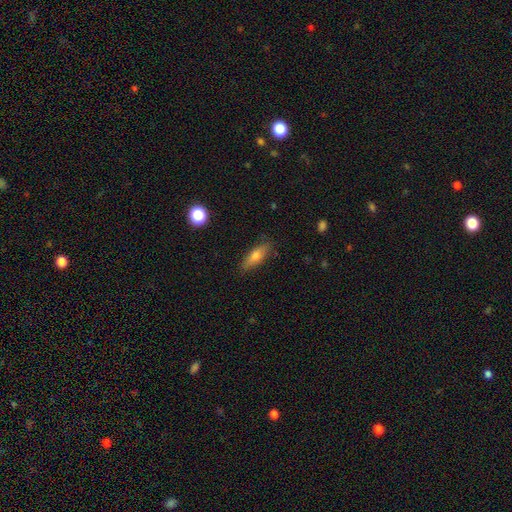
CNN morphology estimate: Smooth or featured? Predicted: smooth (p=0.66). How rounded? Predicted: in between (p=0.49). Merging? Predicted: none (p=0.84).